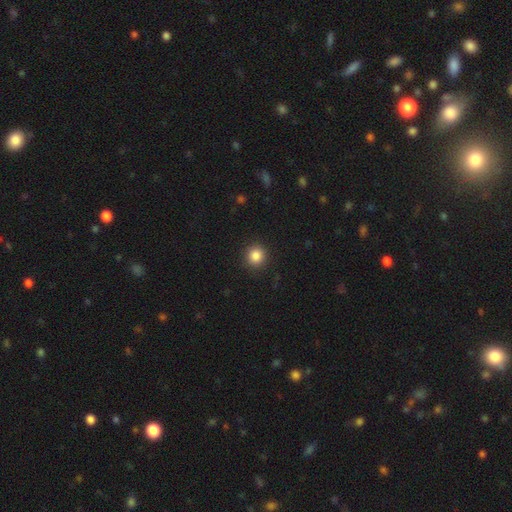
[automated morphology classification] The model was most divided on "smooth or featured": smooth: 86%, star or artifact: 11%, featured or disk: 4%. More confident: merging — none (91%); how rounded — round (90%).